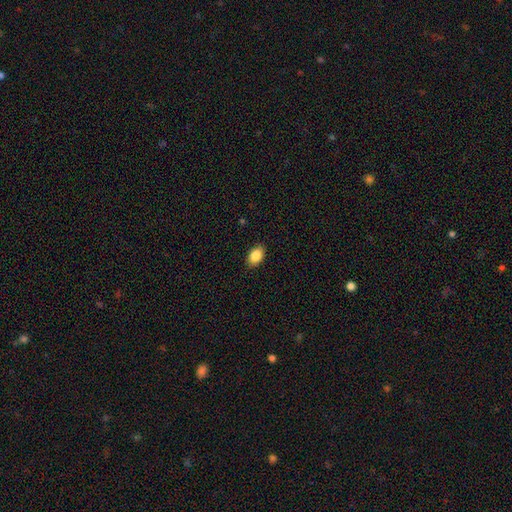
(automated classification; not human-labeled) Smooth or featured?
  - smooth: 86% *
  - star or artifact: 8%
  - featured or disk: 6%
How rounded?
  - in between: 87% *
  - round: 11%
  - cigar-shaped: 1%
Merging?
  - none: 88% *
  - minor disturbance: 9%
  - major disturbance: 2%
  - merger: 1%